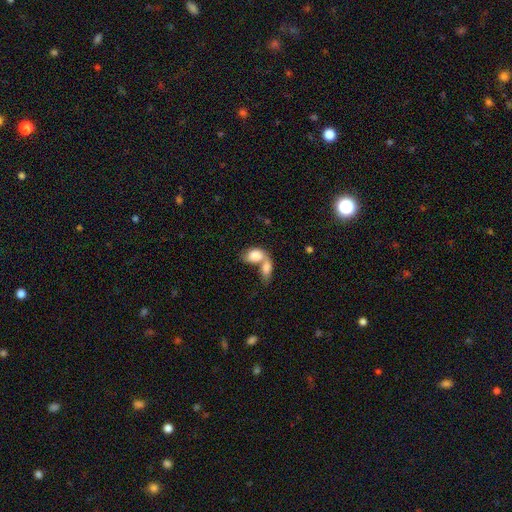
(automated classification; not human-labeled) smooth-or-featured: smooth: 79% | featured or disk: 15% | star or artifact: 7%
  how-rounded: in between: 87% | round: 11% | cigar-shaped: 2%
  merging: merger: 75% | none: 13% | minor disturbance: 6% | major disturbance: 6%